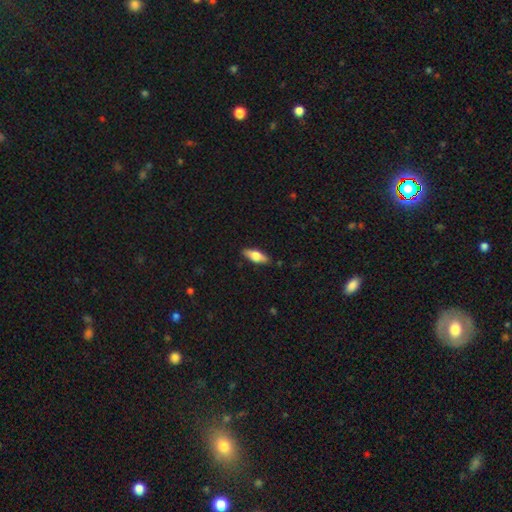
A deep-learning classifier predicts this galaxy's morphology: type=smooth (64%); roundness=in between (67%); merging=none (88%).